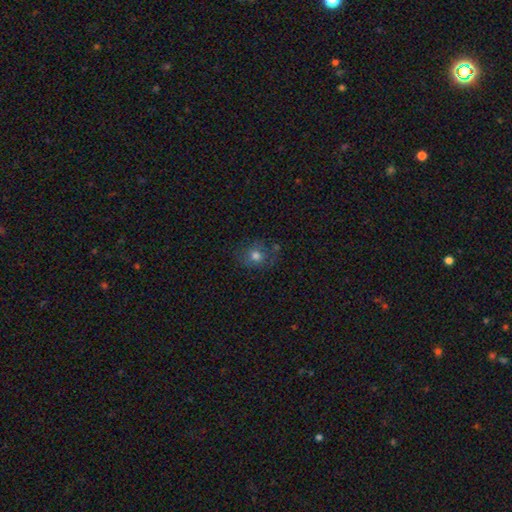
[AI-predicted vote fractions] Q: Smooth or featured?
A: smooth (70%); runner-up: star or artifact (16%)
Q: How rounded?
A: round (77%); runner-up: in between (22%)
Q: Merging?
A: none (73%); runner-up: minor disturbance (17%)